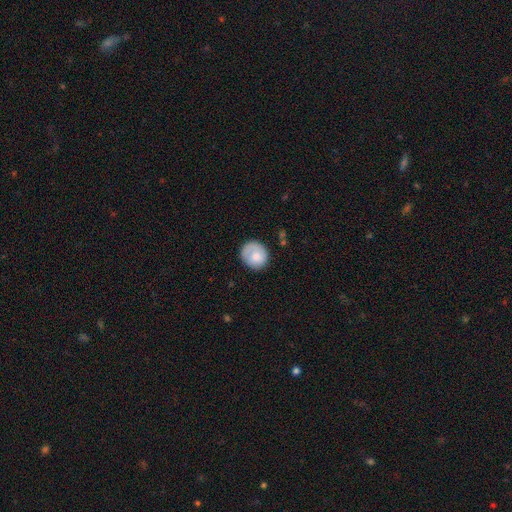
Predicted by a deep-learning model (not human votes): smooth 74%, featured or disk 19%, star or artifact 6%. Down the decision tree: how rounded — round (80%); merging — none (71%).